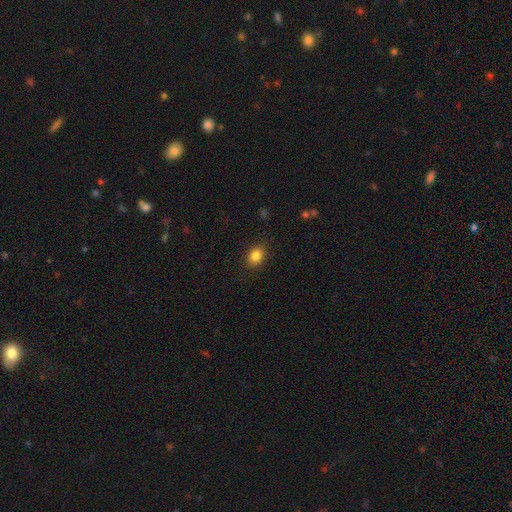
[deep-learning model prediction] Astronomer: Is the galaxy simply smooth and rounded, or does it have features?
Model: smooth — 85%.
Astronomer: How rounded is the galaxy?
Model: in between — 63%.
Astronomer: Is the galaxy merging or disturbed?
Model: none — 87%.